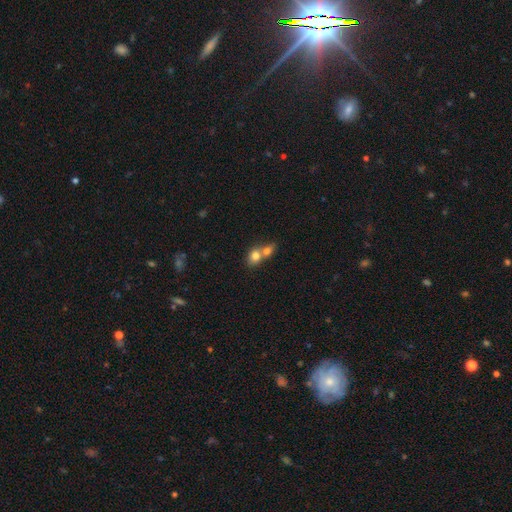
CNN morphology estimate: Overall: smooth (77%). How rounded: round (57%; in between 42%). Merging: merger (68%).